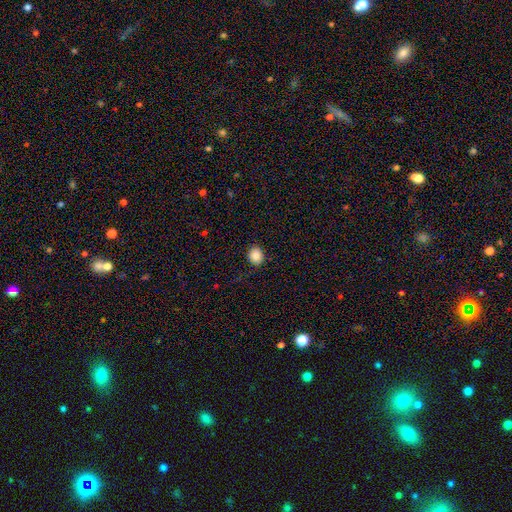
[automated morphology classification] Smooth or featured: smooth — 87% (star or artifact — 9%)
How rounded: round — 63% (in between — 36%)
Merging: none — 89% (minor disturbance — 8%)